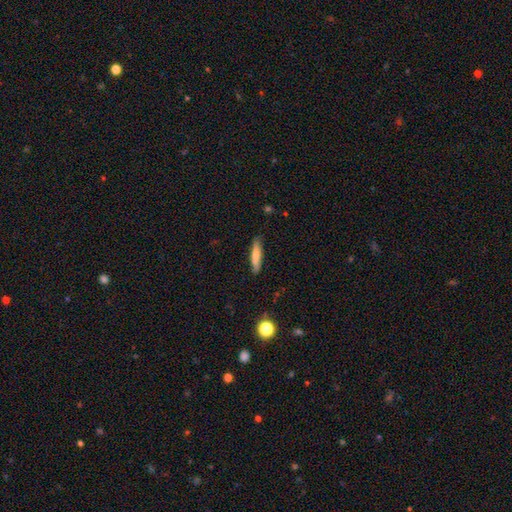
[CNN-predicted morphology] A smooth galaxy with no disk features (70%) that is cigar-shaped (86%).

Vote fractions:
- Smooth or featured? smooth: 70% / featured or disk: 23% / star or artifact: 6%
- How rounded? cigar-shaped: 86% / in between: 12% / round: 2%
- Merging? none: 86% / minor disturbance: 11% / major disturbance: 2% / merger: 1%